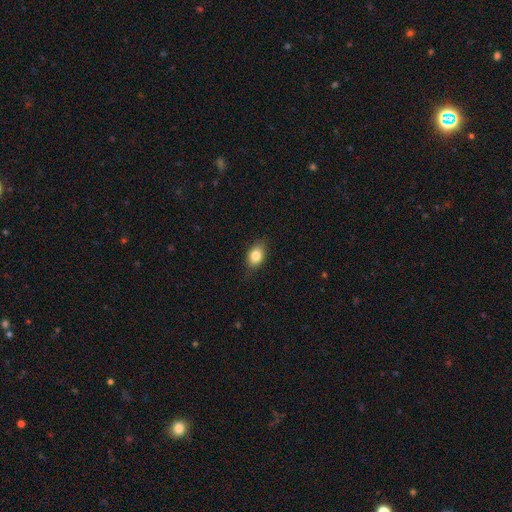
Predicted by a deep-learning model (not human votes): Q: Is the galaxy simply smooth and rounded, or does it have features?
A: smooth — 82%.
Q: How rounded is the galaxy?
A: in between — 80%.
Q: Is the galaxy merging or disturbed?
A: none — 80%.